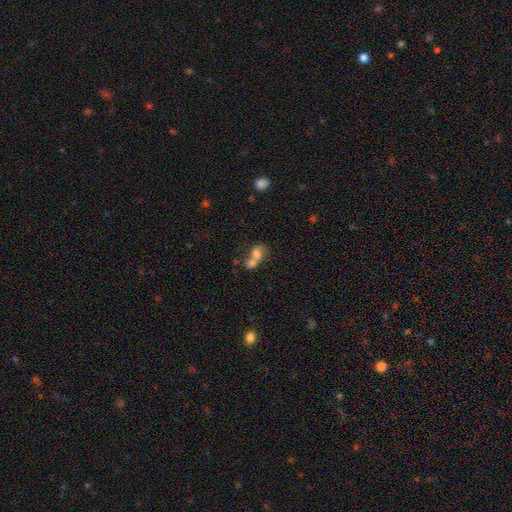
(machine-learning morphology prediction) type=smooth (66%); roundness=in between (57%); merging=merger (71%).